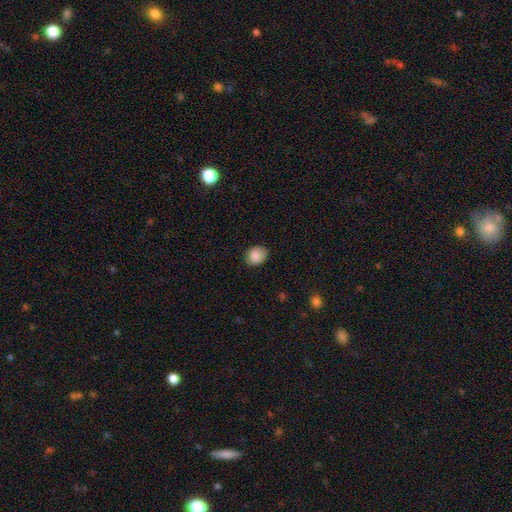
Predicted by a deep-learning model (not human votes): Q: Smooth or featured?
A: smooth (87%); runner-up: star or artifact (8%)
Q: How rounded?
A: round (54%); runner-up: in between (45%)
Q: Merging?
A: none (82%); runner-up: minor disturbance (14%)